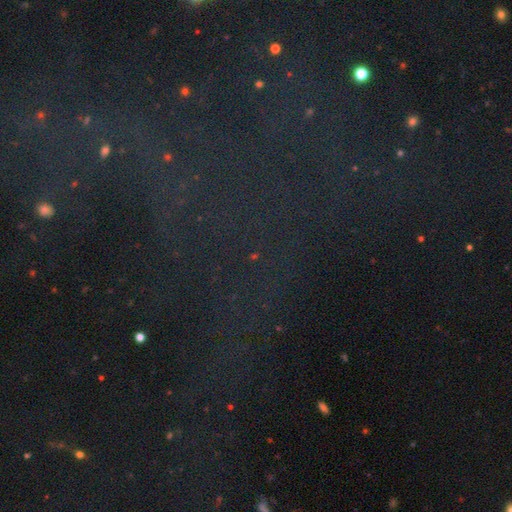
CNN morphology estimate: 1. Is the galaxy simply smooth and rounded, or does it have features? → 76% star or artifact, 13% smooth, 11% featured or disk.